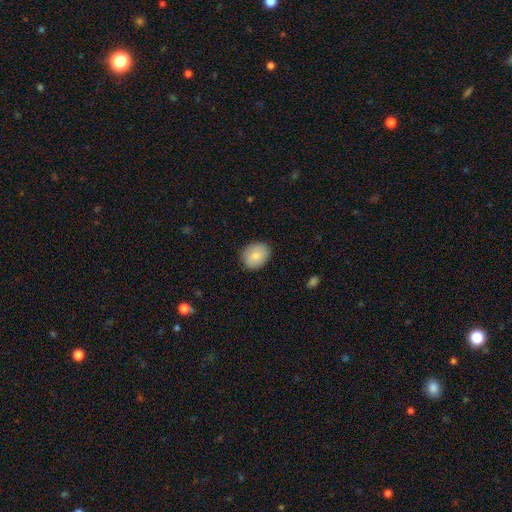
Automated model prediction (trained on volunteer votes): Overall: smooth (81%). How rounded: round (53%; in between 46%). Merging: none (85%).